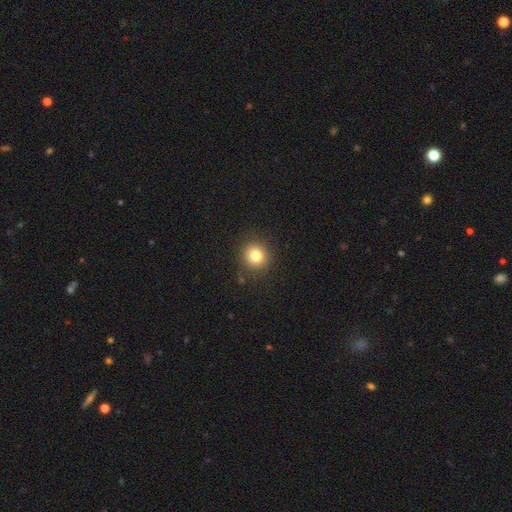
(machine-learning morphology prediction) Overall: smooth (80%). How rounded: round (90%). Merging: none (87%).